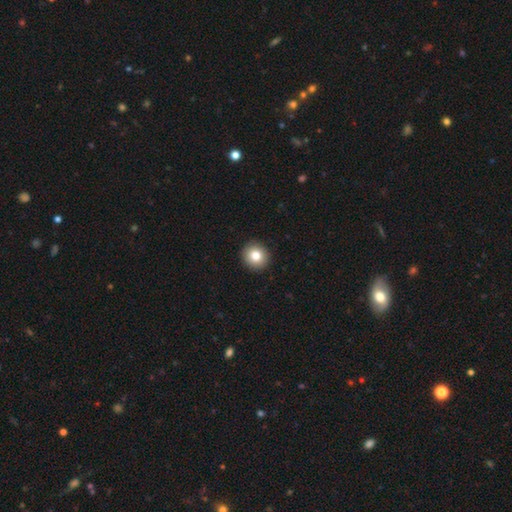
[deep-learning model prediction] Overall: smooth (81%). How rounded: round (92%). Merging: none (93%).